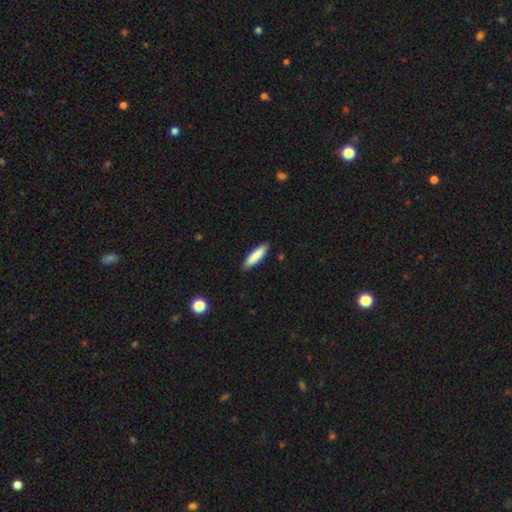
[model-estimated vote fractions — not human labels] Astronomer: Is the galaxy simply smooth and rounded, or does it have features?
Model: smooth — 85%.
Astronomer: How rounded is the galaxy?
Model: cigar-shaped — 77%.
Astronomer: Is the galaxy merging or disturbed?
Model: none — 89%.